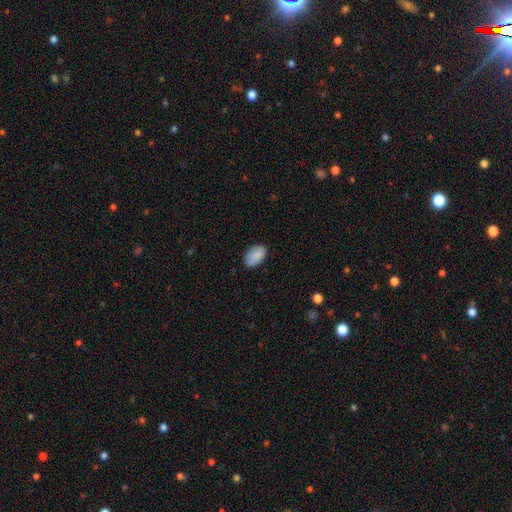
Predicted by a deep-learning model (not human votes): smooth-or-featured: smooth: 88% | star or artifact: 7% | featured or disk: 5%
  how-rounded: in between: 93% | round: 5% | cigar-shaped: 2%
  merging: none: 80% | minor disturbance: 16% | major disturbance: 3% | merger: 1%